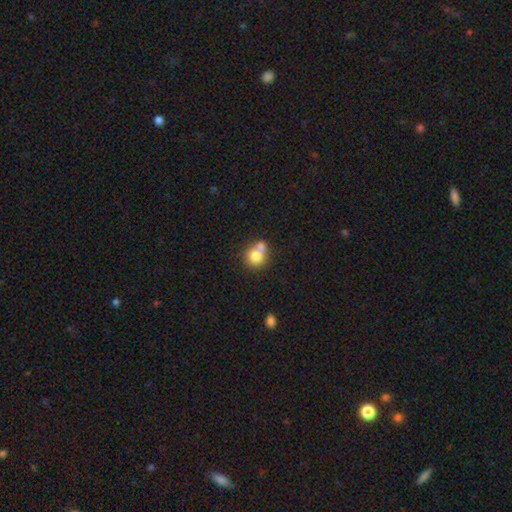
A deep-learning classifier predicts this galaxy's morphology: Smooth or featured? smooth (77%)
How rounded? round (84%)
Merging? merger (51%)